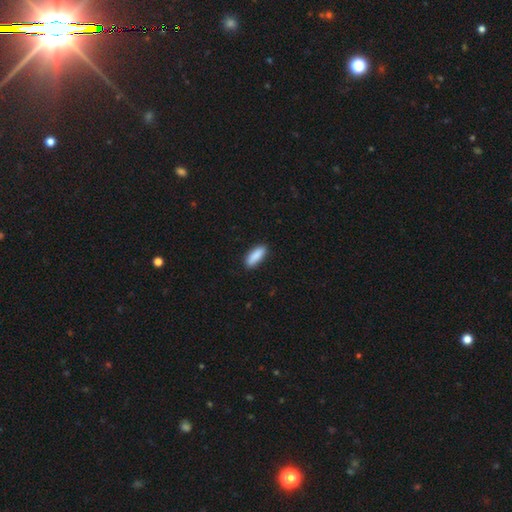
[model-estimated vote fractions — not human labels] Smooth or featured? smooth (89%)
How rounded? in between (54%)
Merging? none (88%)